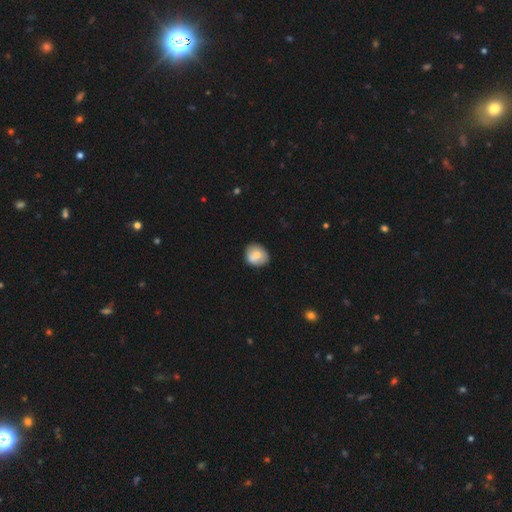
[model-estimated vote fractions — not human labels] Smooth or featured: smooth — 72% (featured or disk — 20%)
How rounded: round — 73% (in between — 26%)
Merging: none — 70% (minor disturbance — 17%)